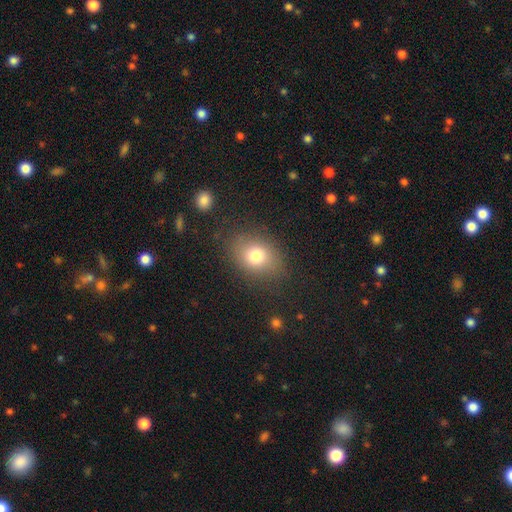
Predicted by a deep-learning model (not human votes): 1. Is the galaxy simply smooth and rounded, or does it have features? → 76% smooth, 12% star or artifact, 12% featured or disk.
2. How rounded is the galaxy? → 61% in between, 38% round, 1% cigar-shaped.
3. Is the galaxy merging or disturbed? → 78% none, 14% minor disturbance, 6% major disturbance, 2% merger.